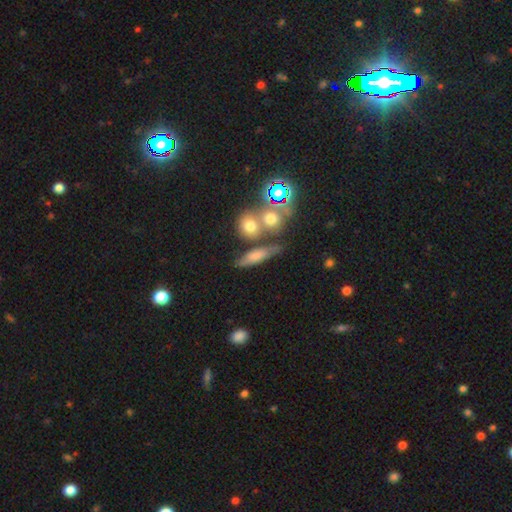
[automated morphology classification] Smooth or featured? Predicted: smooth (p=0.62). How rounded? Predicted: cigar-shaped (p=0.49). Merging? Predicted: none (p=0.57).